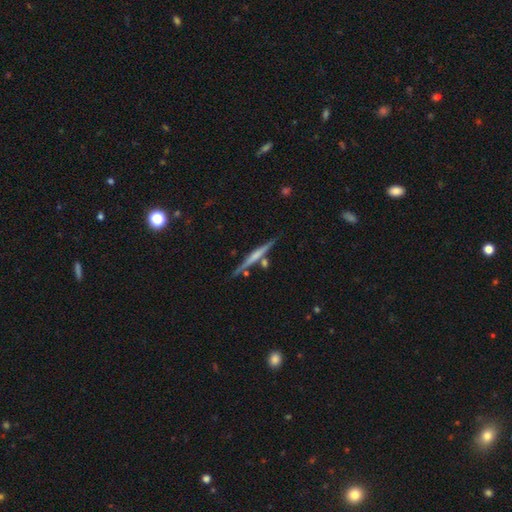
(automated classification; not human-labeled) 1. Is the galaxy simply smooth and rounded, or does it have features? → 62% featured or disk, 32% smooth, 6% star or artifact.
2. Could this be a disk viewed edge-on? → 97% yes, 3% no.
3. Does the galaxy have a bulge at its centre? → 50% none, 32% rounded, 18% boxy.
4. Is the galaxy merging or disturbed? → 80% none, 10% minor disturbance, 8% merger, 2% major disturbance.